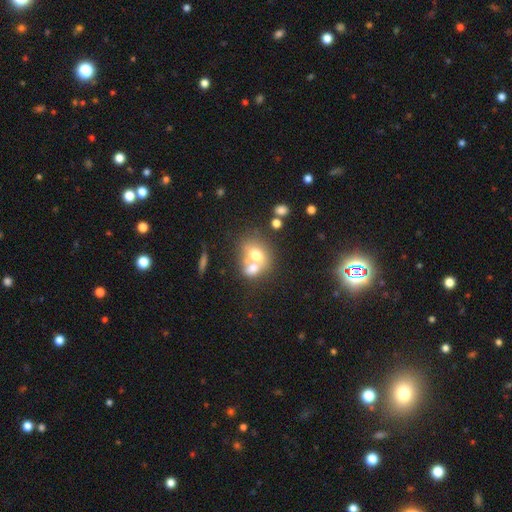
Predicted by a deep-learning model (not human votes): This is likely a smooth galaxy (65%). How rounded: possibly round (54%). Merging: possibly merger (59%).